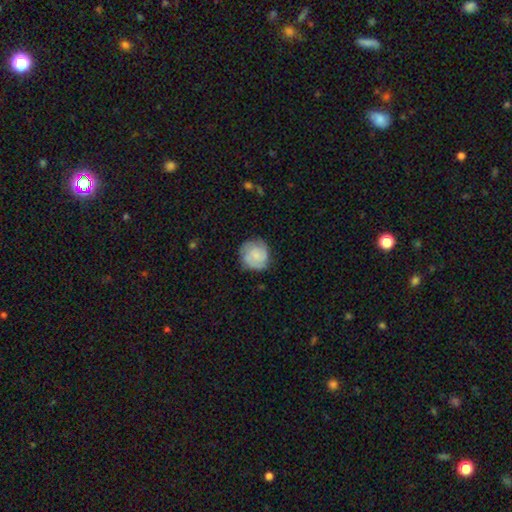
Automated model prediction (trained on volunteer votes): smooth 49%, featured or disk 44%, star or artifact 7%. Down the decision tree: merging — none (74%).